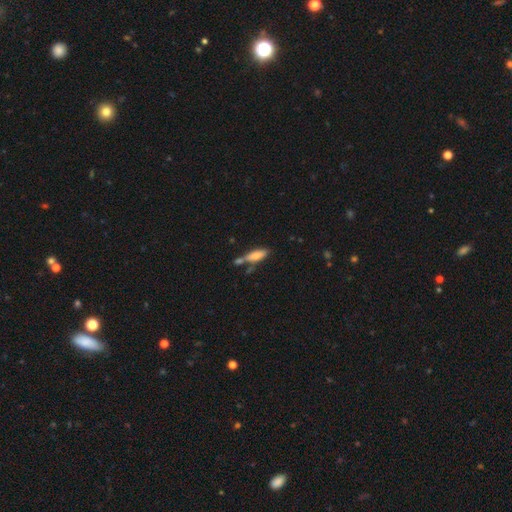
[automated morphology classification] Overall: smooth (74%). How rounded: in between (56%; cigar-shaped 41%). Merging: none (50%; merger 27%).